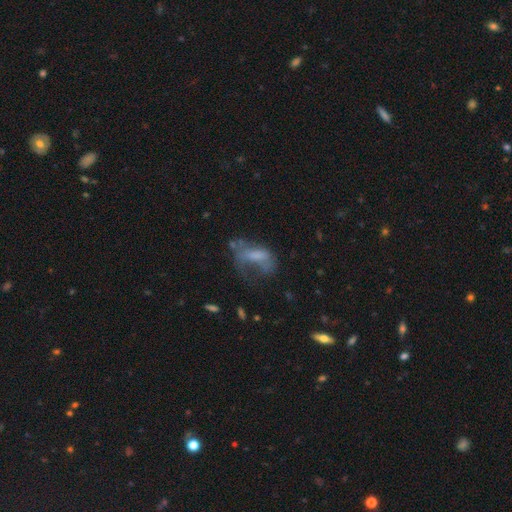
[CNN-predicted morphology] A smooth galaxy with no disk features (49%).

Vote fractions:
- Smooth or featured? smooth: 49% / featured or disk: 38% / star or artifact: 13%
- Merging? major disturbance: 47% / none: 25% / minor disturbance: 21% / merger: 7%